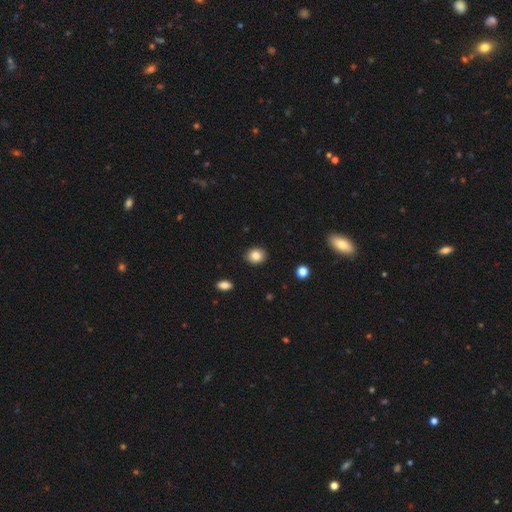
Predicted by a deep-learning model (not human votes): Overall: smooth (84%). How rounded: round (62%; in between 37%). Merging: none (90%).